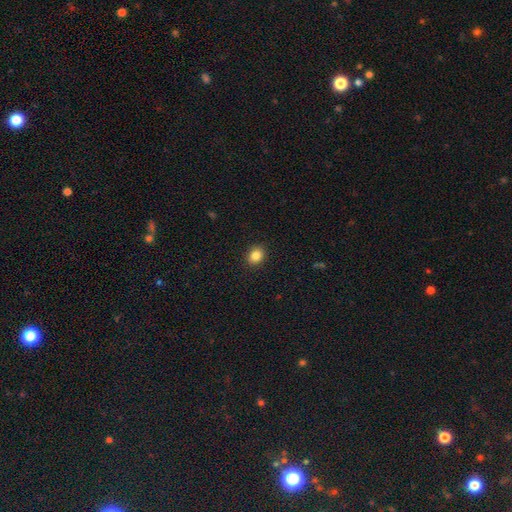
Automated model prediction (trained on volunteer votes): A smooth galaxy with no disk features (86%) that is round (54%).

Vote fractions:
- Smooth or featured? smooth: 86% / star or artifact: 10% / featured or disk: 4%
- How rounded? round: 54% / in between: 45% / cigar-shaped: 1%
- Merging? none: 91% / minor disturbance: 6% / major disturbance: 2% / merger: 1%